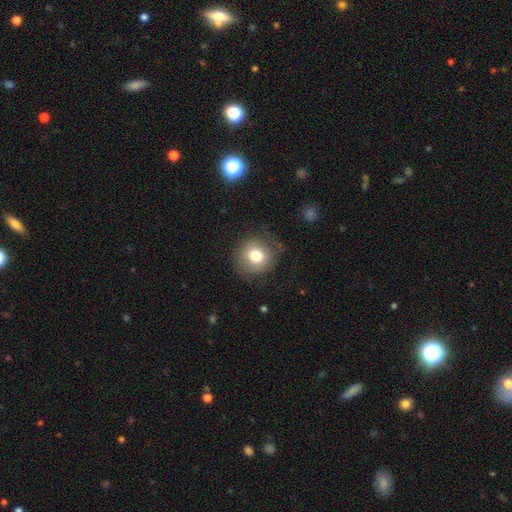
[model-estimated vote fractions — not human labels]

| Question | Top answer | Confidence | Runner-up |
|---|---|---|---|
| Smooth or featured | smooth | 77% | featured or disk (14%) |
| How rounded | round | 90% | in between (10%) |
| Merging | none | 80% | minor disturbance (13%) |